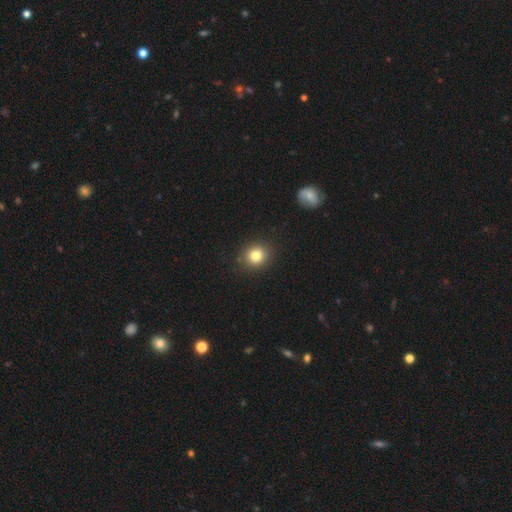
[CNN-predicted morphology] Smooth or featured: smooth — 81% (star or artifact — 12%)
How rounded: round — 81% (in between — 18%)
Merging: none — 88% (minor disturbance — 8%)